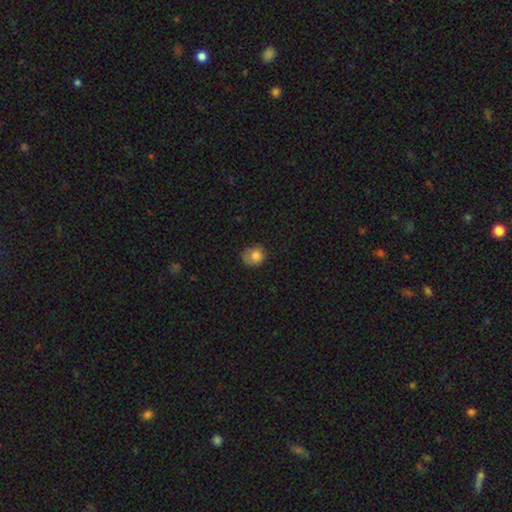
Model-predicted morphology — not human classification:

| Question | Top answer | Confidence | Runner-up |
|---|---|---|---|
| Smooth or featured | smooth | 80% | featured or disk (10%) |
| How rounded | round | 72% | in between (27%) |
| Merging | none | 58% | minor disturbance (29%) |